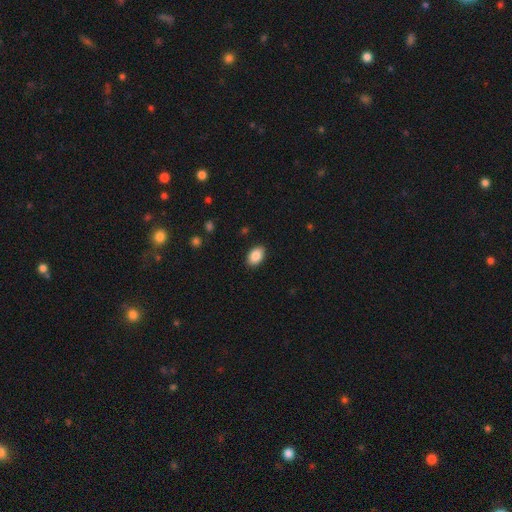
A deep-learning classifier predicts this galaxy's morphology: type=smooth (88%); roundness=in between (90%); merging=none (89%).